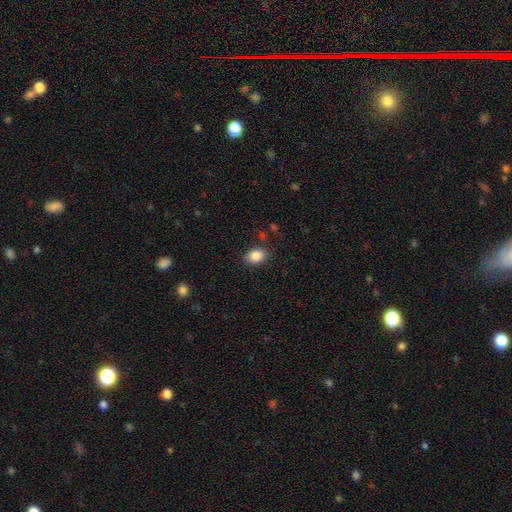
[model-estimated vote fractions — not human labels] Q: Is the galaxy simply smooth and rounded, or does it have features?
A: smooth — 86%.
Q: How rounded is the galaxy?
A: in between — 71%.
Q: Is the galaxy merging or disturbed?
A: none — 83%.